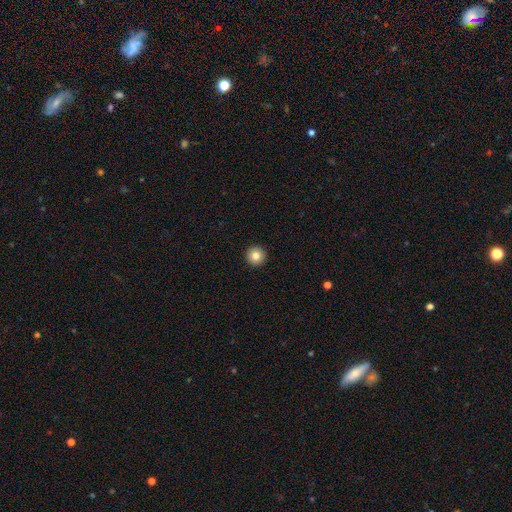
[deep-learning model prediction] Overall: smooth (82%). How rounded: round (97%). Merging: none (94%).